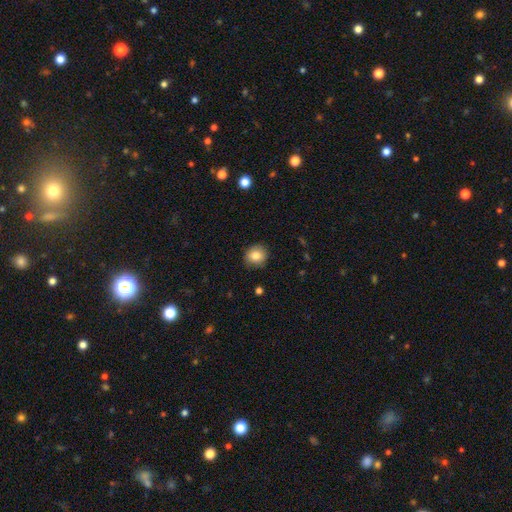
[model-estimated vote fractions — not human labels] A smooth galaxy with no disk features (83%) that is round (86%). Merging: none (88%).